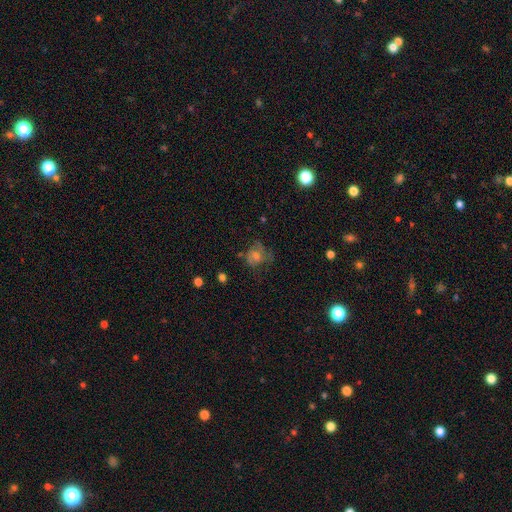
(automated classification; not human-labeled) This is marginally a featured or disk galaxy (41%). Merging: possibly none (56%).